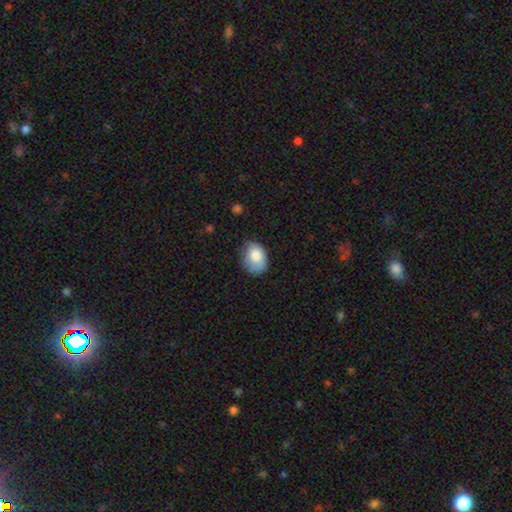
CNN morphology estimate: Smooth or featured? smooth (81%)
How rounded? in between (73%)
Merging? none (55%)